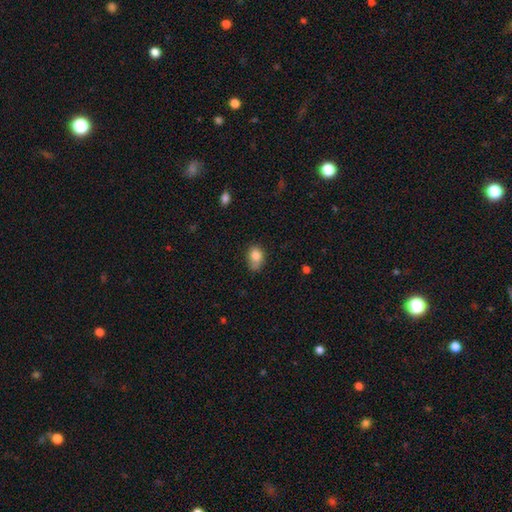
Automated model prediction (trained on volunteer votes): Overall: smooth (83%). How rounded: in between (71%). Merging: none (50%; minor disturbance 36%).